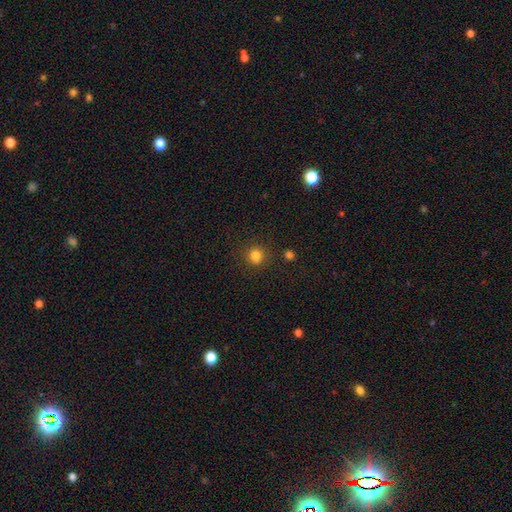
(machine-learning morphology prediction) Smooth or featured? Predicted: smooth (p=0.83). How rounded? Predicted: round (p=0.92). Merging? Predicted: none (p=0.88).